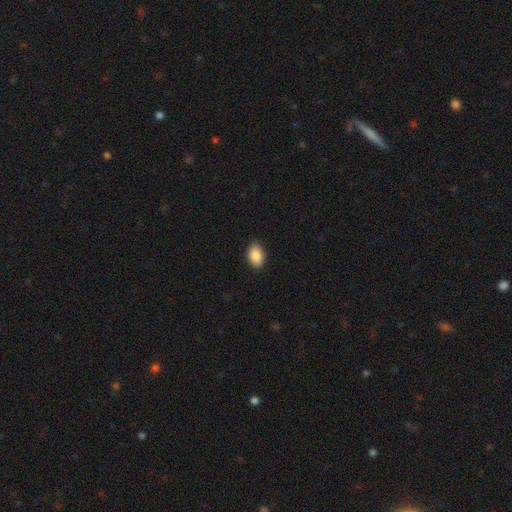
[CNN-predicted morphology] A smooth galaxy with no disk features (89%) that is in between round and cigar-shaped (91%).

Vote fractions:
- Smooth or featured? smooth: 89% / star or artifact: 7% / featured or disk: 4%
- How rounded? in between: 91% / round: 8% / cigar-shaped: 1%
- Merging? none: 88% / minor disturbance: 9% / major disturbance: 2% / merger: 1%